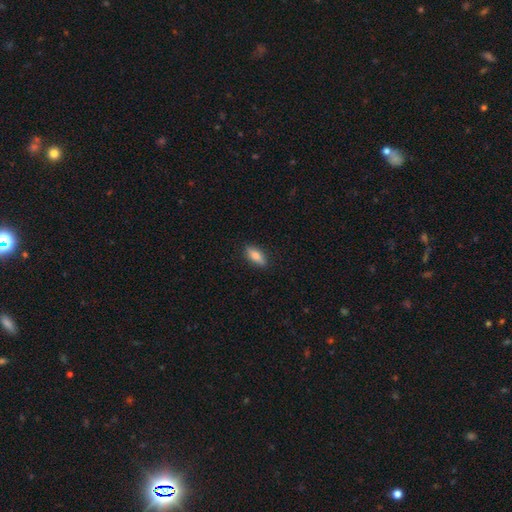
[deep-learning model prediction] A smooth galaxy with no disk features (80%) that is in between round and cigar-shaped (78%).

Vote fractions:
- Smooth or featured? smooth: 80% / featured or disk: 13% / star or artifact: 7%
- How rounded? in between: 78% / cigar-shaped: 19% / round: 3%
- Merging? none: 87% / minor disturbance: 10% / major disturbance: 2% / merger: 1%